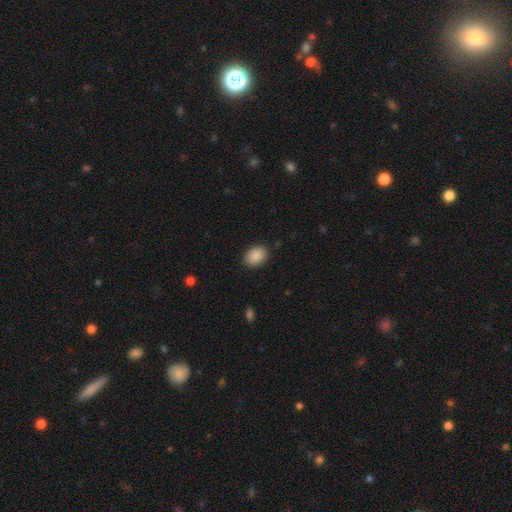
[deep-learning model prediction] Q: Smooth or featured?
A: smooth (89%); runner-up: star or artifact (7%)
Q: How rounded?
A: in between (67%); runner-up: round (32%)
Q: Merging?
A: none (89%); runner-up: minor disturbance (8%)